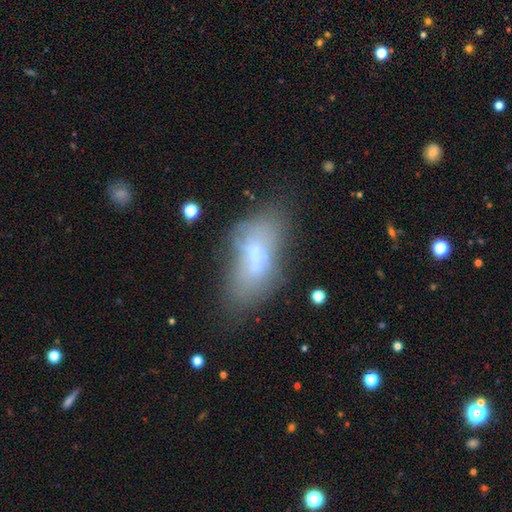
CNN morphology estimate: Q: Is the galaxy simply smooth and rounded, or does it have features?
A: smooth — 56%.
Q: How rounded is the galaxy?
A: in between — 86%.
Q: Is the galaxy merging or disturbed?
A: none — 35%.